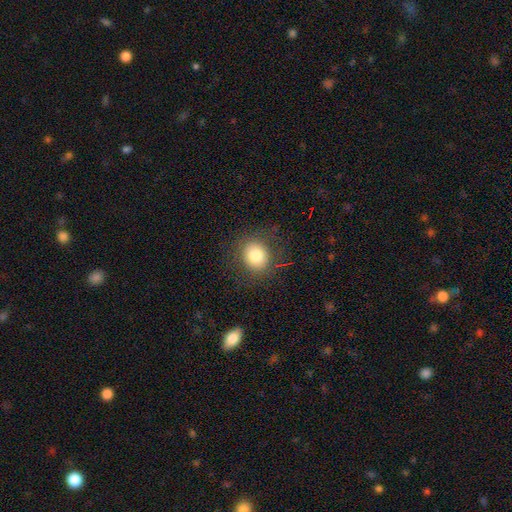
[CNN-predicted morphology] This is clearly a smooth galaxy (81%). How rounded: likely round (77%). Merging: clearly none (83%).